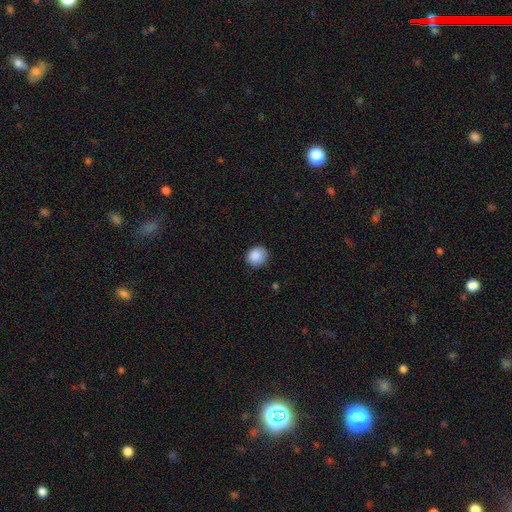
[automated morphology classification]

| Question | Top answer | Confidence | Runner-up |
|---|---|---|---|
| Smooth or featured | smooth | 89% | star or artifact (8%) |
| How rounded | round | 84% | in between (15%) |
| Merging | none | 84% | minor disturbance (13%) |